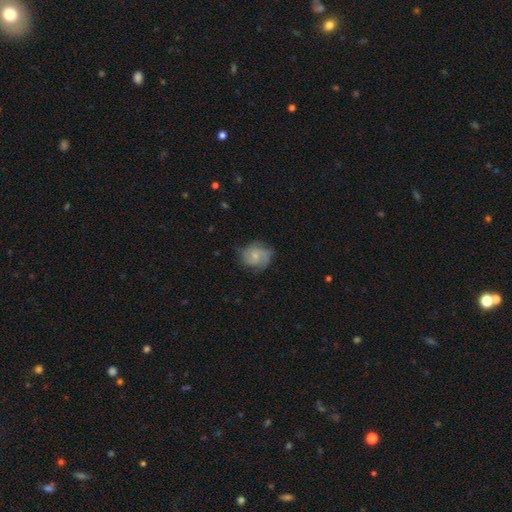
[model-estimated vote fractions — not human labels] The model was most divided on "spiral winding": medium: 43%, tight: 41%, loose: 16%. Remaining: edge-on disk — no (98%); spiral arms — yes (90%); bar — no (69%); merging — none (66%); smooth or featured — featured or disk (60%); bulge size — small (58%); spiral arm count — 2 (35%).